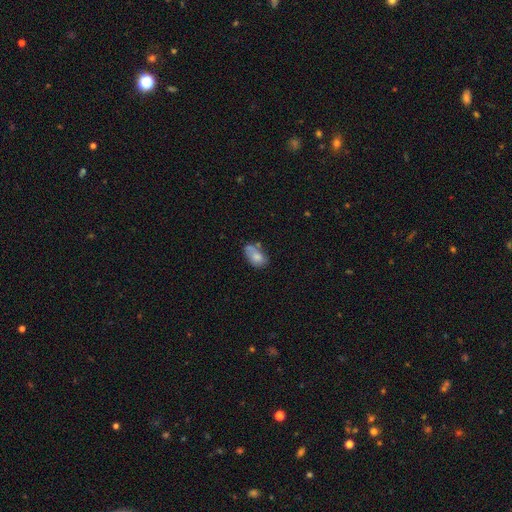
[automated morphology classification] A smooth galaxy with no disk features (75%) that is in between round and cigar-shaped (88%). Merging: none (46%).